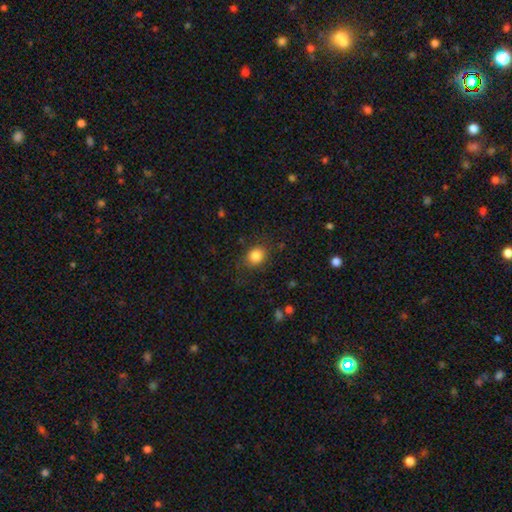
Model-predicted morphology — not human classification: type=smooth (84%); roundness=round (61%); merging=none (80%).